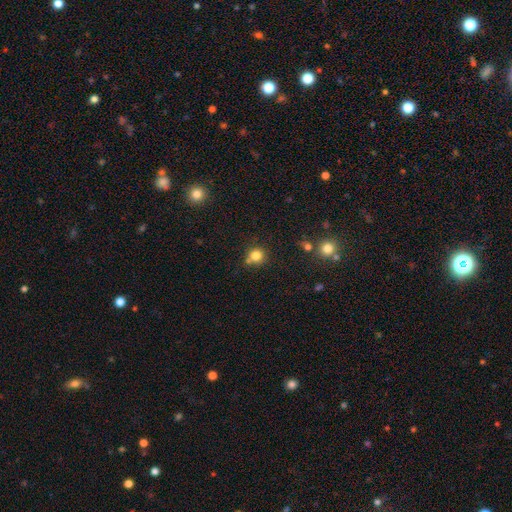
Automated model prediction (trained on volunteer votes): smooth_or_featured: smooth (p=0.81) [alt: star or artifact p=0.13]
how_rounded: round (p=0.89) [alt: in between p=0.10]
merging: none (p=0.67) [alt: merger p=0.15]